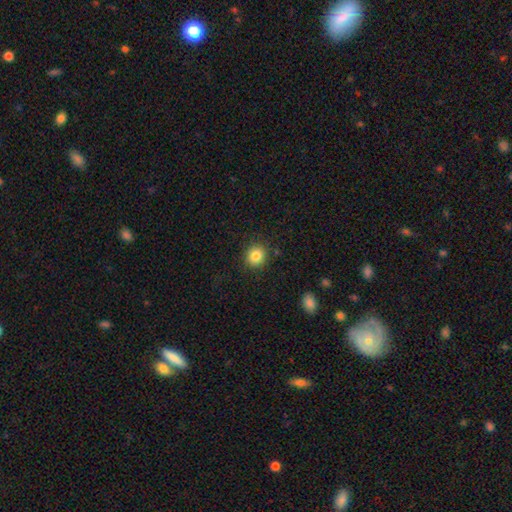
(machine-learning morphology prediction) The model was most divided on "how rounded": round: 87%, in between: 12%, cigar-shaped: 1%. More confident: merging — none (88%); smooth or featured — smooth (85%).